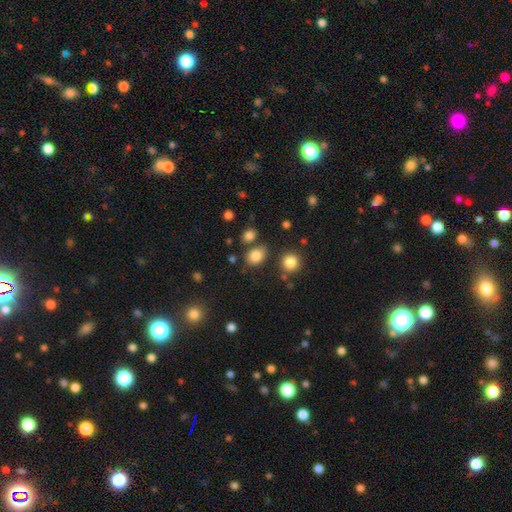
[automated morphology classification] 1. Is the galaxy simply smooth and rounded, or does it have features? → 83% smooth, 12% star or artifact, 6% featured or disk.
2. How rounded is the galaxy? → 64% in between, 35% round, 1% cigar-shaped.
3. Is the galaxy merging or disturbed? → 72% none, 14% minor disturbance, 10% merger, 4% major disturbance.